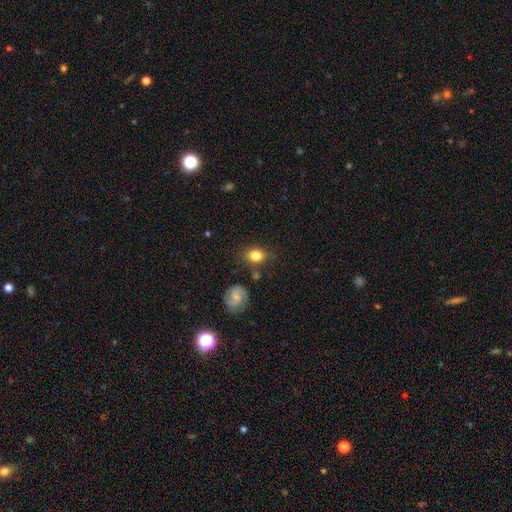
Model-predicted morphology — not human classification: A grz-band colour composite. It shows a smooth galaxy with no disk features (81%) that is in between round and cigar-shaped (64%). Merging: none (74%).